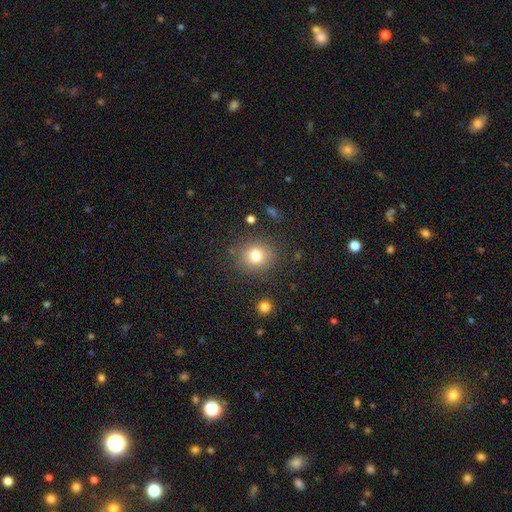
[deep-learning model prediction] A smooth galaxy with no disk features (77%) that is round (81%).

Vote fractions:
- Smooth or featured? smooth: 77% / star or artifact: 13% / featured or disk: 10%
- How rounded? round: 81% / in between: 18% / cigar-shaped: 1%
- Merging? none: 84% / minor disturbance: 9% / major disturbance: 4% / merger: 2%